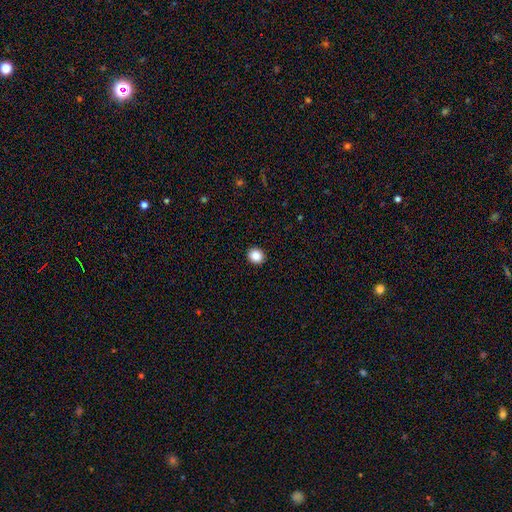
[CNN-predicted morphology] Smooth or featured? Predicted: smooth (p=0.86). How rounded? Predicted: round (p=0.81). Merging? Predicted: none (p=0.93).